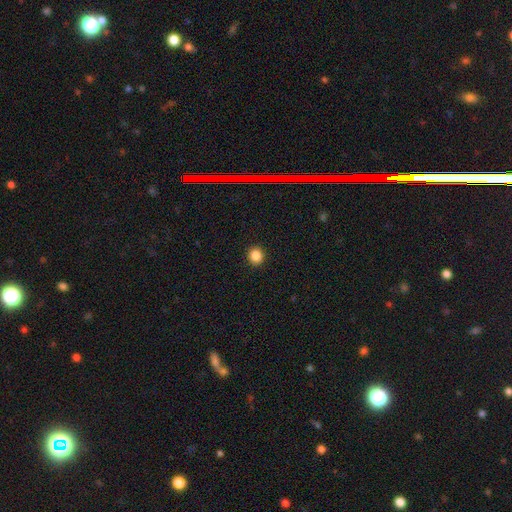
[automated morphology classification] smooth_or_featured: smooth (p=0.85) [alt: star or artifact p=0.12]
how_rounded: round (p=0.83) [alt: in between p=0.16]
merging: none (p=0.92) [alt: minor disturbance p=0.06]